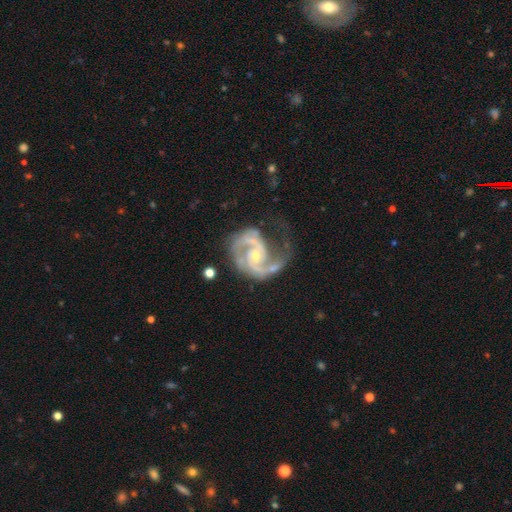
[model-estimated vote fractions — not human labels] A featured or disk galaxy (92%) with no bar (55%), 2 (84%) medium (59%) spiral arms (98%) and a small central bulge (62%). Merging: none (49%).